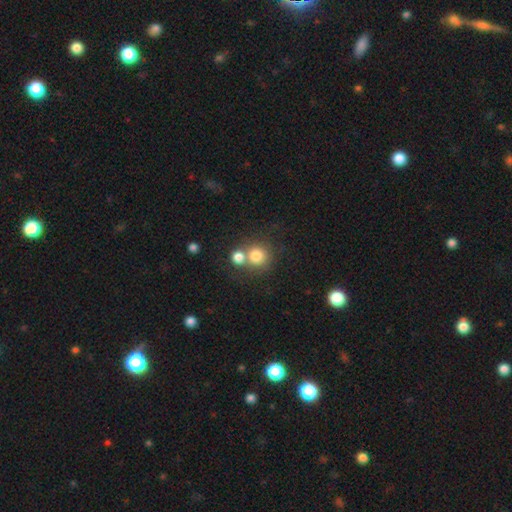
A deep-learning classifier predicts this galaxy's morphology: Smooth or featured? Predicted: smooth (p=0.79). How rounded? Predicted: round (p=0.89). Merging? Predicted: none (p=0.47).